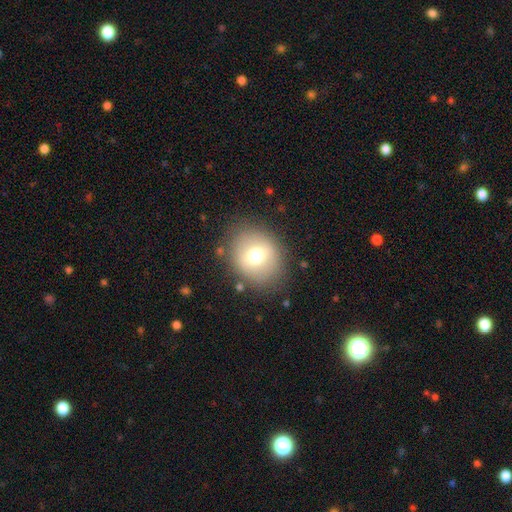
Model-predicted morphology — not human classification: Smooth or featured? Predicted: smooth (p=0.67). How rounded? Predicted: round (p=0.69). Merging? Predicted: none (p=0.82).